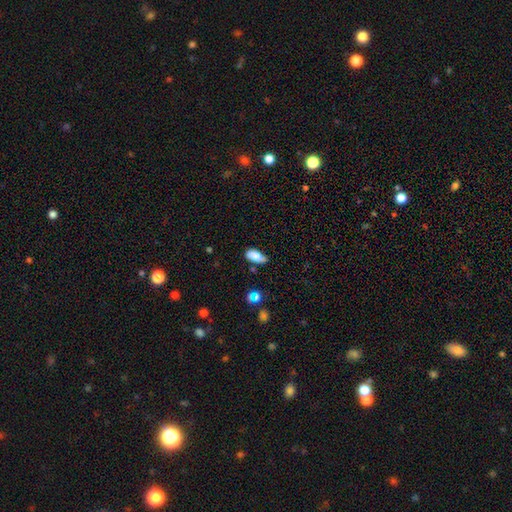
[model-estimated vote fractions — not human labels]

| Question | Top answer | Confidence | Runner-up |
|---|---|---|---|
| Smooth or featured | smooth | 74% | featured or disk (19%) |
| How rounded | in between | 89% | cigar-shaped (8%) |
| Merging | none | 63% | minor disturbance (27%) |